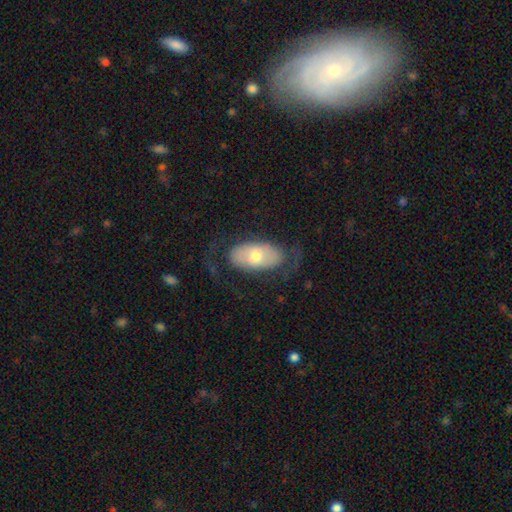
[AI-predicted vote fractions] Smooth or featured?
  - featured or disk: 49% *
  - smooth: 45%
  - star or artifact: 6%
Merging?
  - none: 64% *
  - major disturbance: 18%
  - minor disturbance: 16%
  - merger: 2%